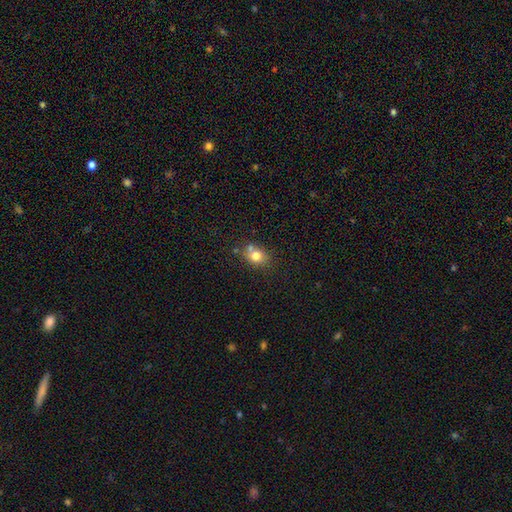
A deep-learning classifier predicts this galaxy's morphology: This appears to be a smooth galaxy with no disk features (77%) that is round (60%). Merging: none (59%).